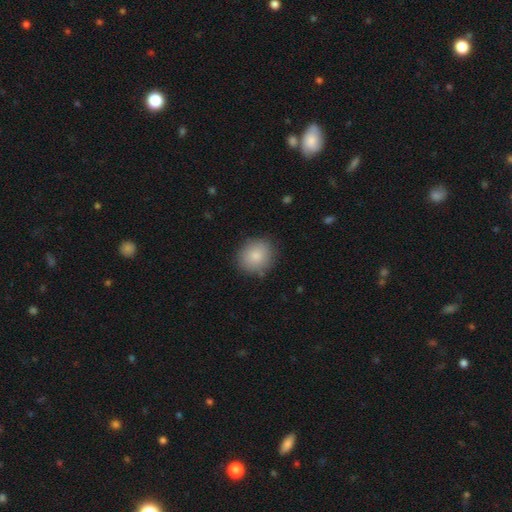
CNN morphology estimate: A smooth galaxy with no disk features (85%) that is round (76%).

Vote fractions:
- Smooth or featured? smooth: 85% / star or artifact: 8% / featured or disk: 7%
- How rounded? round: 76% / in between: 23% / cigar-shaped: 1%
- Merging? none: 85% / minor disturbance: 10% / major disturbance: 3% / merger: 1%